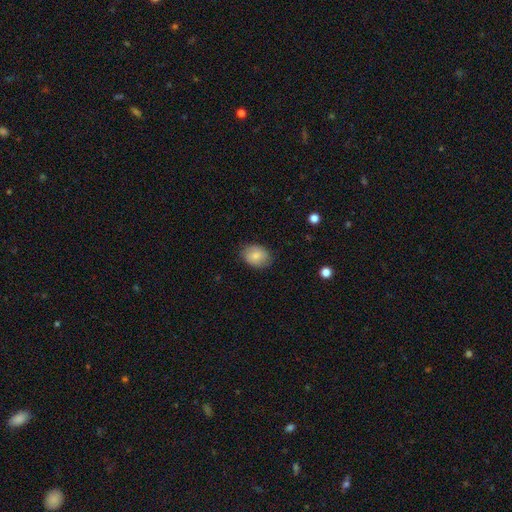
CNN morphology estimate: type=smooth (80%); roundness=in between (67%); merging=none (80%).